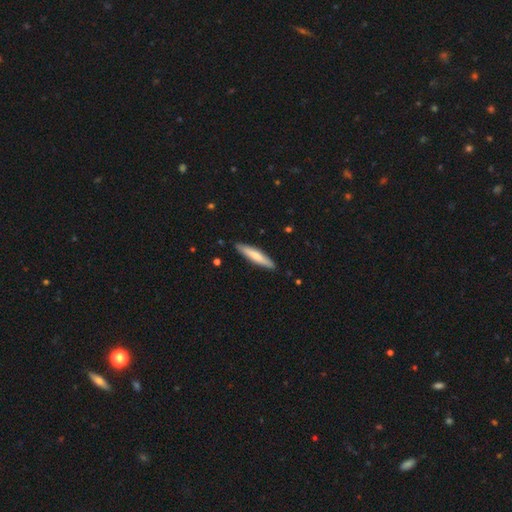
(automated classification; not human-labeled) Smooth or featured: smooth — 69% (featured or disk — 26%)
How rounded: cigar-shaped — 89% (in between — 10%)
Merging: none — 90% (minor disturbance — 8%)